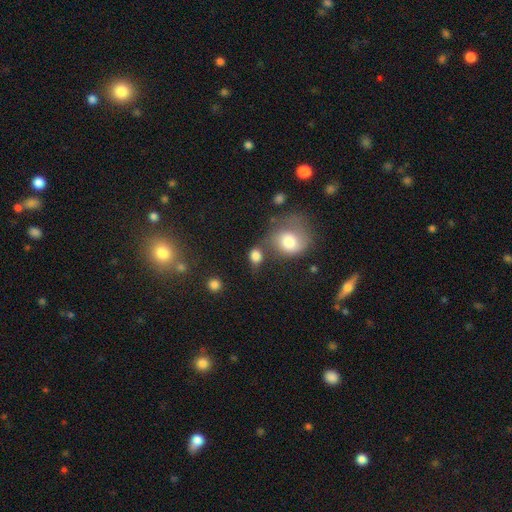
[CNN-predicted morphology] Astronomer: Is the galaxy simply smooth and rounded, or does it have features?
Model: smooth — 80%.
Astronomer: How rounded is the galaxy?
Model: round — 49%, tied with in between at 49%.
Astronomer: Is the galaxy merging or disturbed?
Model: none — 44% (runner-up: merger, 27%).